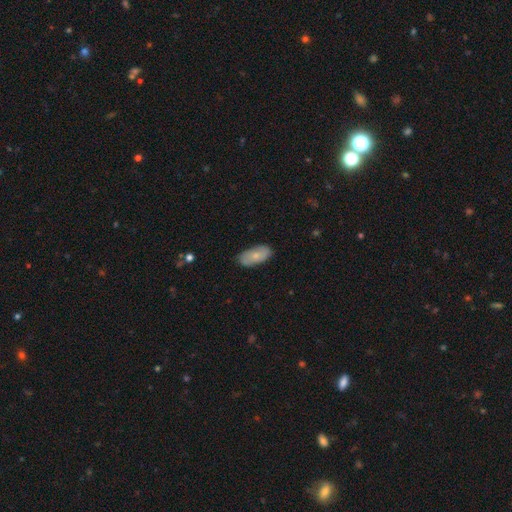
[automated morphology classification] Overall: smooth (71%). How rounded: in between (91%). Merging: none (81%).